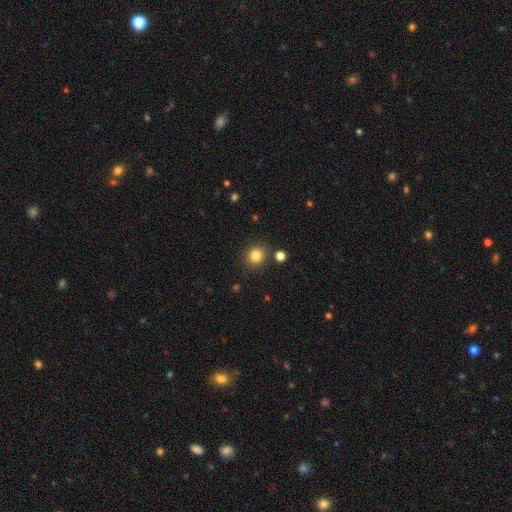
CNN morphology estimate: Smooth or featured? Predicted: smooth (p=0.82). How rounded? Predicted: round (p=0.86). Merging? Predicted: none (p=0.85).